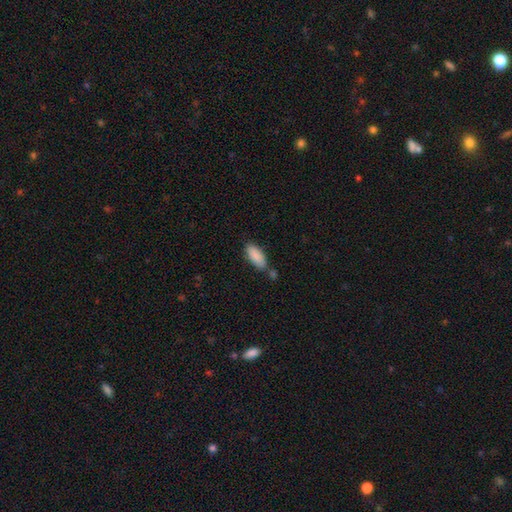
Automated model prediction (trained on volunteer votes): Smooth or featured? Predicted: smooth (p=0.89). How rounded? Predicted: in between (p=0.80). Merging? Predicted: none (p=0.65).